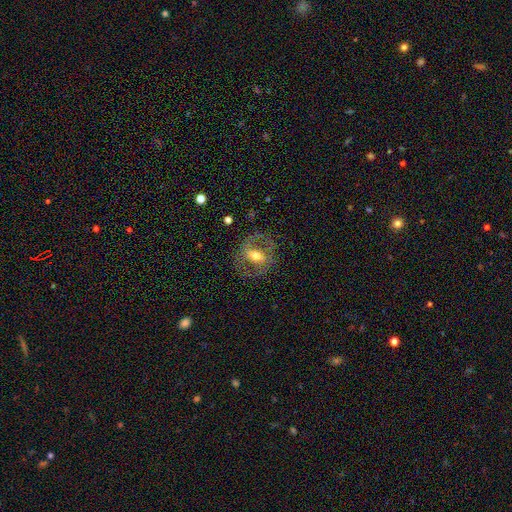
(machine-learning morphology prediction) Overall: featured or disk (64%; smooth 29%). Edge-on disk: no (90%). Bar: weak (37%; strong 36%). Spiral arms: no (56%; yes 44%). Bulge size: moderate (68%). Merging: none (71%).